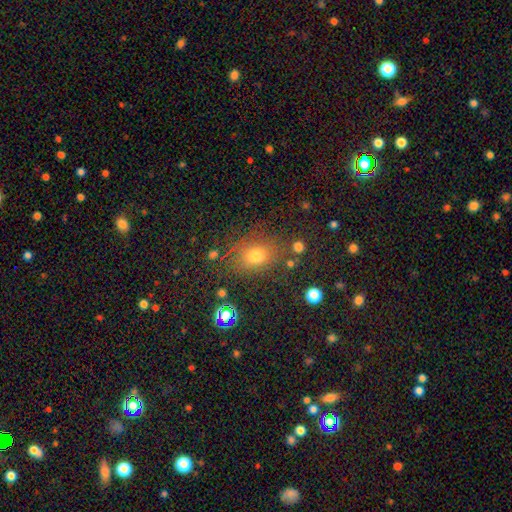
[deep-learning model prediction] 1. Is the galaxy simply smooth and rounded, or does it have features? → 71% smooth, 18% star or artifact, 11% featured or disk.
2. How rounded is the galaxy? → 54% in between, 44% round, 2% cigar-shaped.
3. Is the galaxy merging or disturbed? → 76% none, 13% minor disturbance, 6% major disturbance, 5% merger.